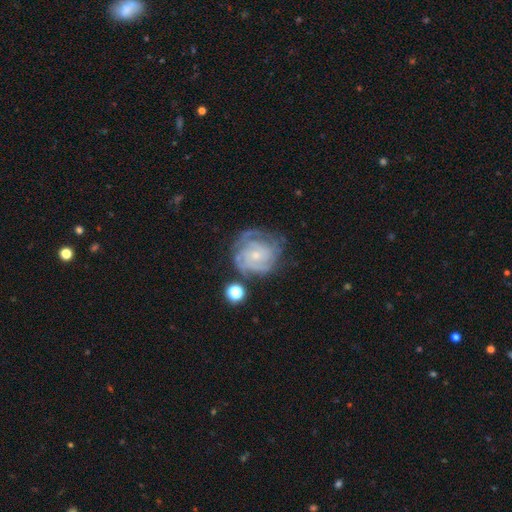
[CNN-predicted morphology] Smooth or featured? Predicted: featured or disk (p=0.80). Edge-on disk? Predicted: no (p=0.98). Bar? Predicted: no (p=0.70). Spiral arms? Predicted: yes (p=0.92). Spiral winding? Predicted: tight (p=0.69). Spiral arm count? Predicted: can't tell (p=0.41). Bulge size? Predicted: small (p=0.71). Merging? Predicted: none (p=0.59).